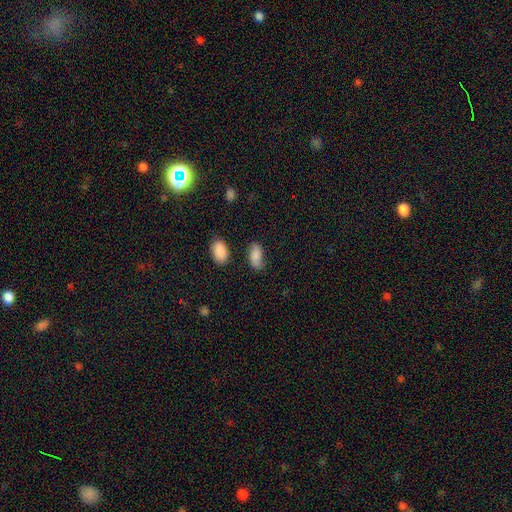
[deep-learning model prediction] Smooth or featured: smooth — 80% (featured or disk — 12%)
How rounded: in between — 91% (cigar-shaped — 5%)
Merging: none — 68% (minor disturbance — 22%)